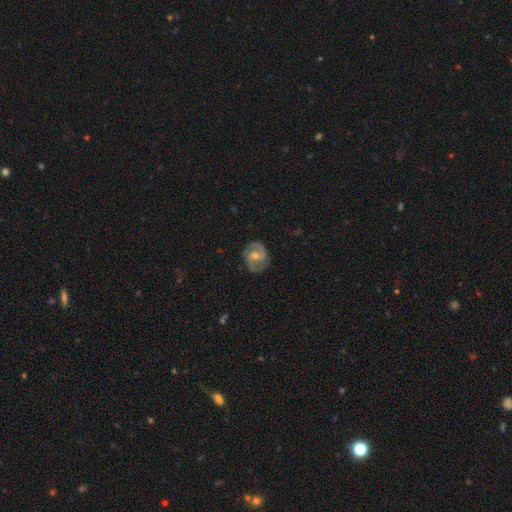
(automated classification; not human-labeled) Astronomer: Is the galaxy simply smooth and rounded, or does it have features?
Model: featured or disk — 72%.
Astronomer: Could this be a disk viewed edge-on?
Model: no — 98%.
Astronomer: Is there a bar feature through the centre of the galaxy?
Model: weak — 52% (runner-up: no, 33%).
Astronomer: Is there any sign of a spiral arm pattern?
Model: yes — 91%.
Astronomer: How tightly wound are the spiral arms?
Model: medium — 50% (runner-up: tight, 29%).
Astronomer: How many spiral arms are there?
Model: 2 — 84%.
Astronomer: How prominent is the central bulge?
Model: small — 48% (runner-up: moderate, 44%).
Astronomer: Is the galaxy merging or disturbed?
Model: none — 77%.